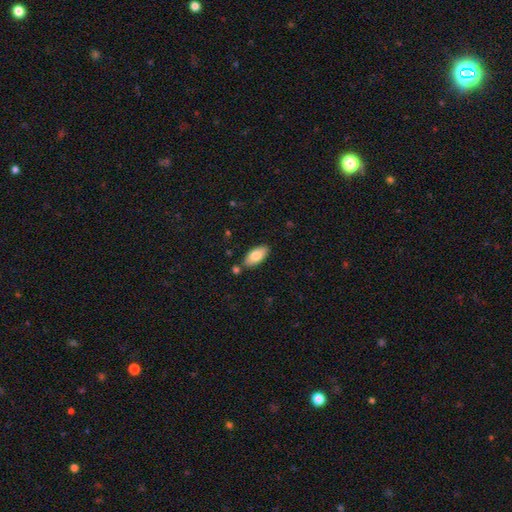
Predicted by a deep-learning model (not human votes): A smooth galaxy with no disk features (79%) that is in between round and cigar-shaped (92%).

Vote fractions:
- Smooth or featured? smooth: 79% / featured or disk: 14% / star or artifact: 6%
- How rounded? in between: 92% / cigar-shaped: 6% / round: 2%
- Merging? none: 81% / minor disturbance: 12% / merger: 6% / major disturbance: 2%